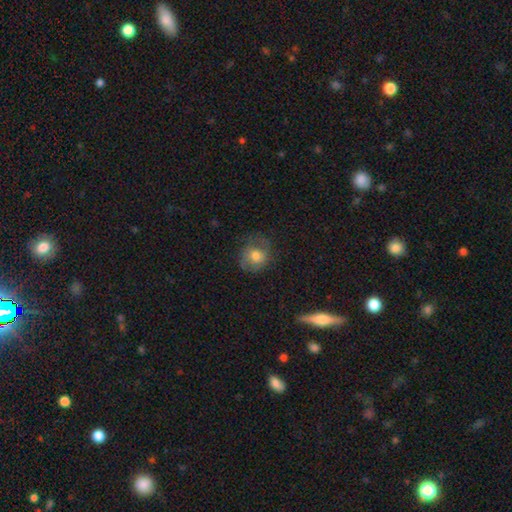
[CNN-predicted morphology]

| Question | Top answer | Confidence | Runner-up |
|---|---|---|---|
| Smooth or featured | smooth | 63% | featured or disk (28%) |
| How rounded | round | 73% | in between (26%) |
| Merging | none | 63% | minor disturbance (23%) |